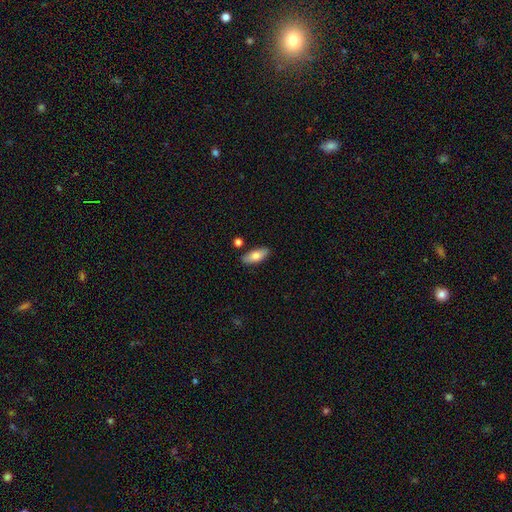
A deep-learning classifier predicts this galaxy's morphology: The model was most divided on "smooth or featured": smooth: 78%, featured or disk: 15%, star or artifact: 6%. More confident: how rounded — in between (82%); merging — none (82%).